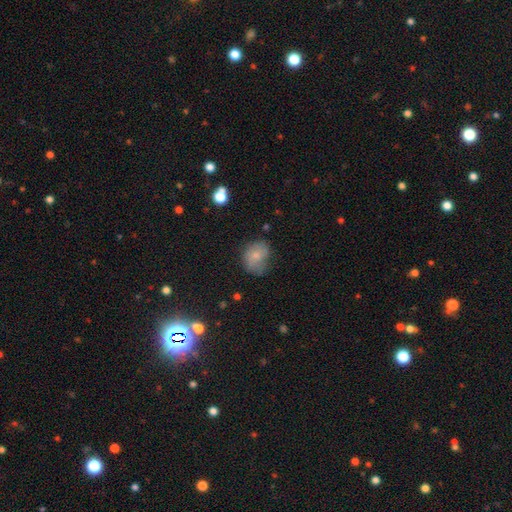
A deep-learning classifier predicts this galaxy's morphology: smooth 74%, featured or disk 16%, star or artifact 10%. Down the decision tree: how rounded — round (52%); merging — none (55%).